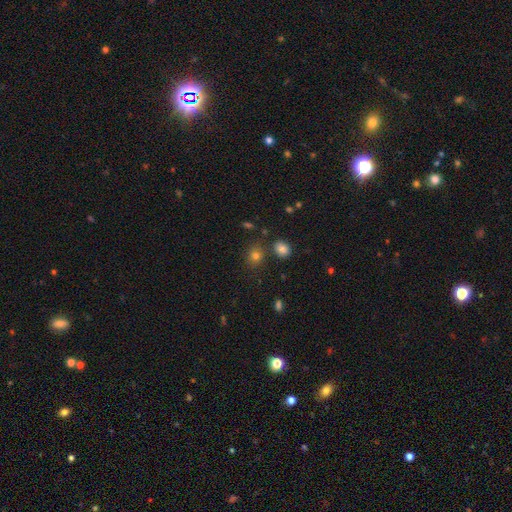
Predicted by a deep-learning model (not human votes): Smooth or featured? smooth (79%)
How rounded? round (67%)
Merging? none (76%)